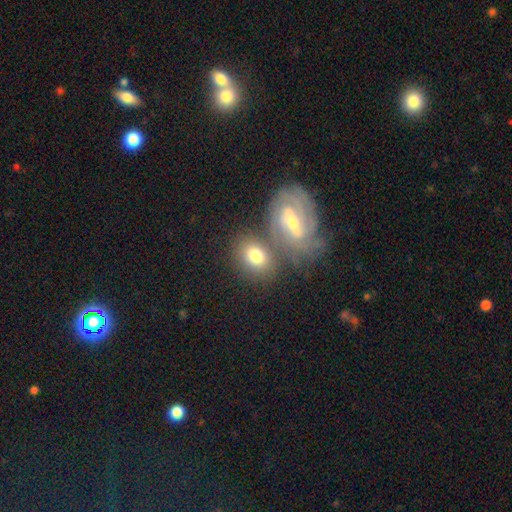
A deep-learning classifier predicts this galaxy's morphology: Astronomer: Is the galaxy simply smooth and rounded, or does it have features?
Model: smooth — 64%.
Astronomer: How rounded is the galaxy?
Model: in between — 68%.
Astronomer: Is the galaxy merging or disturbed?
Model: none — 55%.